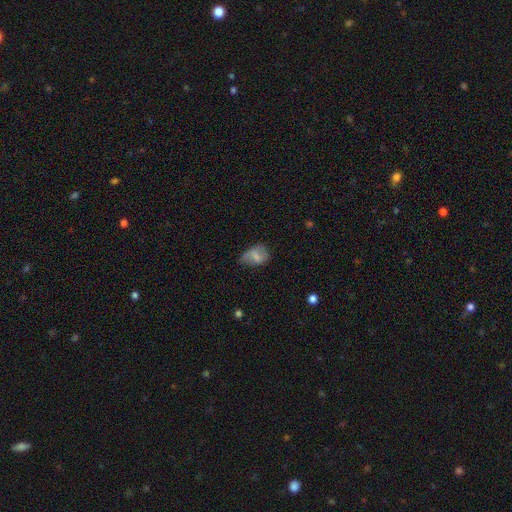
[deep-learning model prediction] A smooth galaxy with no disk features (60%) that is in between round and cigar-shaped (78%).

Vote fractions:
- Smooth or featured? smooth: 60% / featured or disk: 31% / star or artifact: 9%
- How rounded? in between: 78% / round: 20% / cigar-shaped: 2%
- Merging? none: 44% / minor disturbance: 37% / major disturbance: 16% / merger: 3%